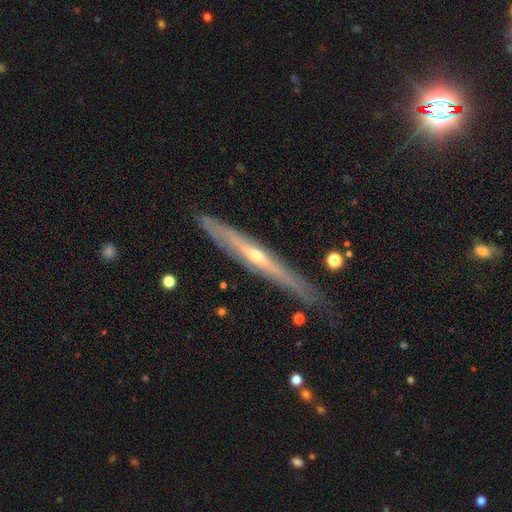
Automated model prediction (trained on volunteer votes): Morphology: type=featured or disk (73%); edge-on=yes (92%); edge-on bulge=rounded (73%); merging=none (79%).